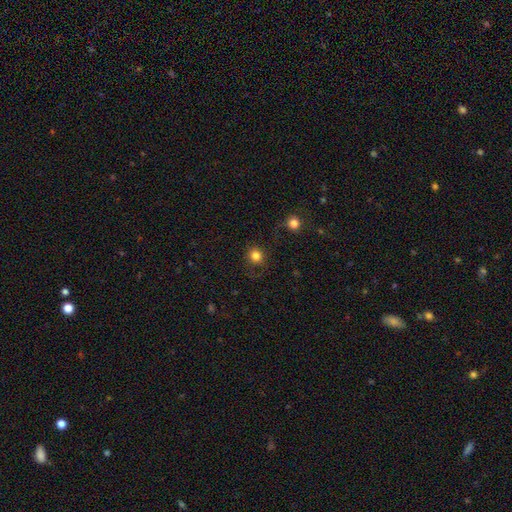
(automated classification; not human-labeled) This appears to be a smooth galaxy with no disk features (82%) that is round (88%). Merging: none (80%).